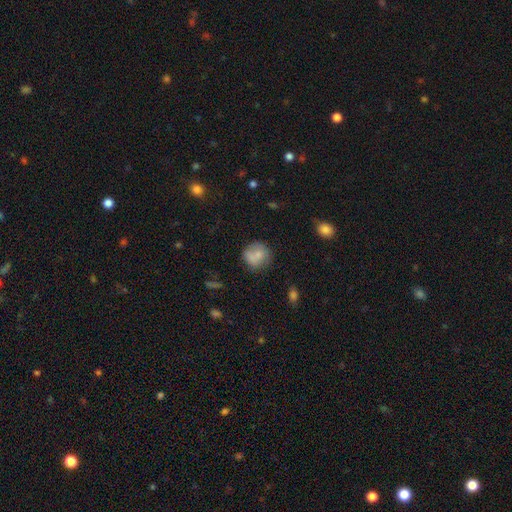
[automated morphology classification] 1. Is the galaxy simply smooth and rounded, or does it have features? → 73% smooth, 18% featured or disk, 9% star or artifact.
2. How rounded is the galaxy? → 84% round, 15% in between, 1% cigar-shaped.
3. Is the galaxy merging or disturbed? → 61% none, 22% minor disturbance, 9% merger, 9% major disturbance.